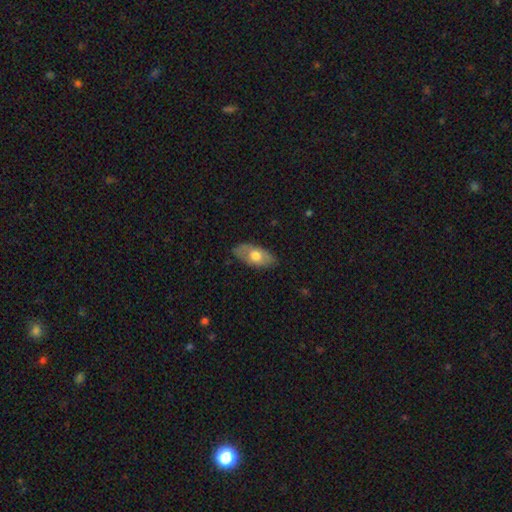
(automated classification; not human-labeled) smooth-or-featured: smooth: 60% | featured or disk: 35% | star or artifact: 6%
  how-rounded: in between: 90% | cigar-shaped: 6% | round: 4%
  merging: none: 77% | minor disturbance: 18% | major disturbance: 4% | merger: 1%